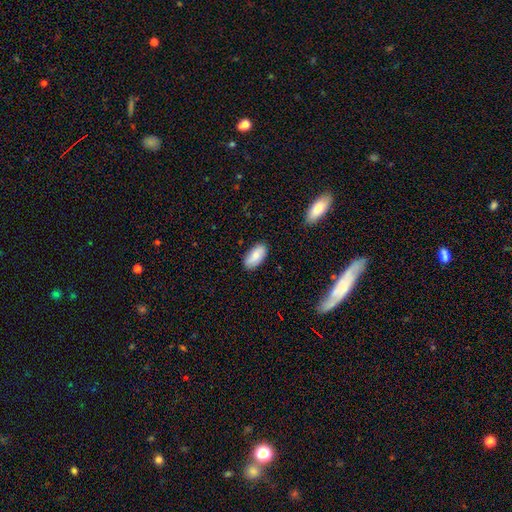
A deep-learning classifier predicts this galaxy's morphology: A smooth galaxy with no disk features (79%) that is in between round and cigar-shaped (92%). Merging: none (84%).